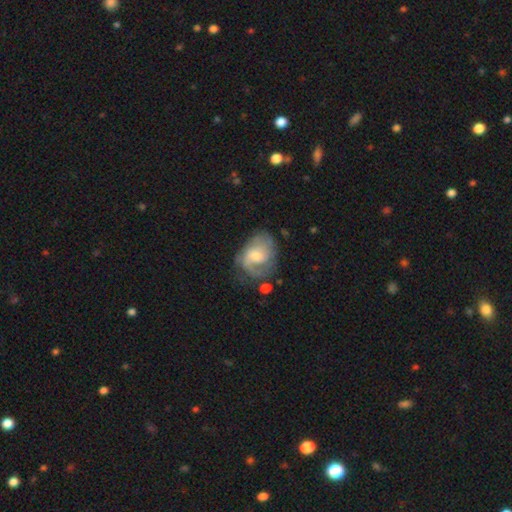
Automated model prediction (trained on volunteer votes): The model was most divided on "spiral winding": medium: 42%, tight: 32%, loose: 25%. Remaining: edge-on disk — no (97%); spiral arms — yes (83%); smooth or featured — featured or disk (65%); bar — no (58%); bulge size — moderate (51%); merging — none (50%); spiral arm count — 2 (44%).